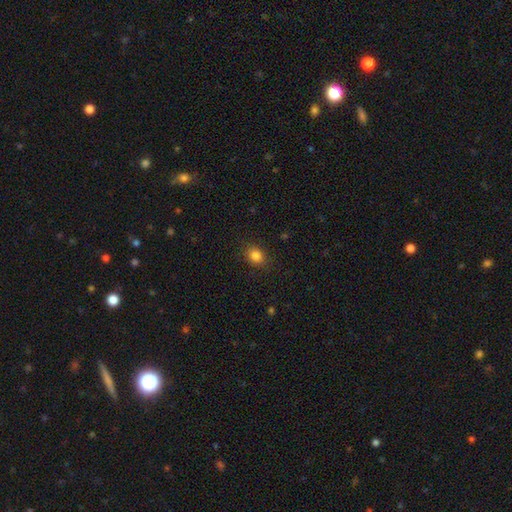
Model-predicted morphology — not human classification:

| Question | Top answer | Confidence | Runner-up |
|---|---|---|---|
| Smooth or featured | smooth | 84% | star or artifact (11%) |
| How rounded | round | 51% | in between (48%) |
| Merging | none | 87% | minor disturbance (9%) |